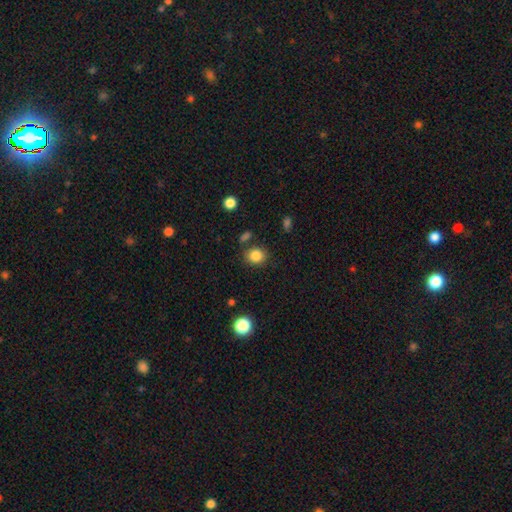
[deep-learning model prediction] Overall: smooth (84%). How rounded: round (72%). Merging: none (80%).